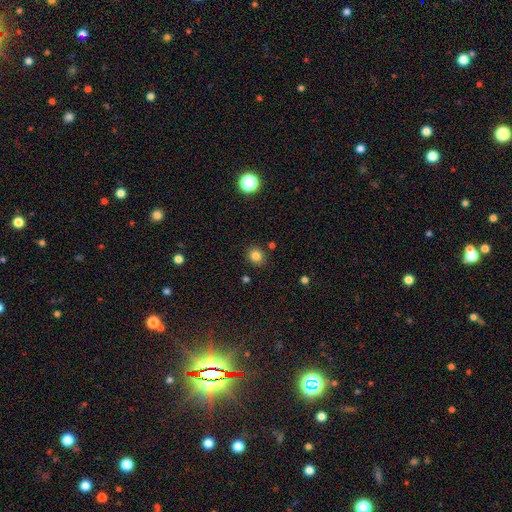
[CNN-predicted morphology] smooth 82%, star or artifact 13%, featured or disk 5%. Down the decision tree: how rounded — round (77%); merging — none (87%).